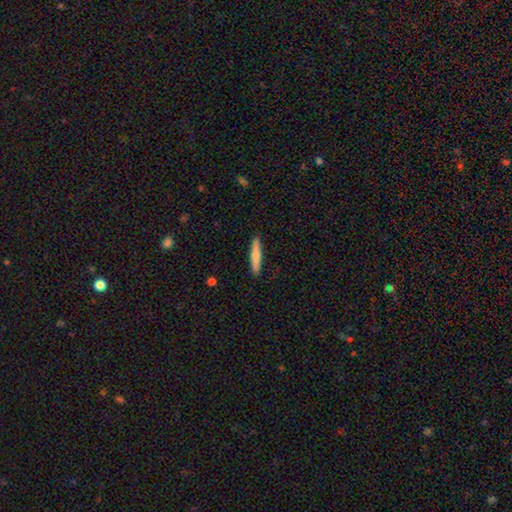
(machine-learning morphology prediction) Overall: smooth (70%). How rounded: cigar-shaped (92%). Merging: none (91%).